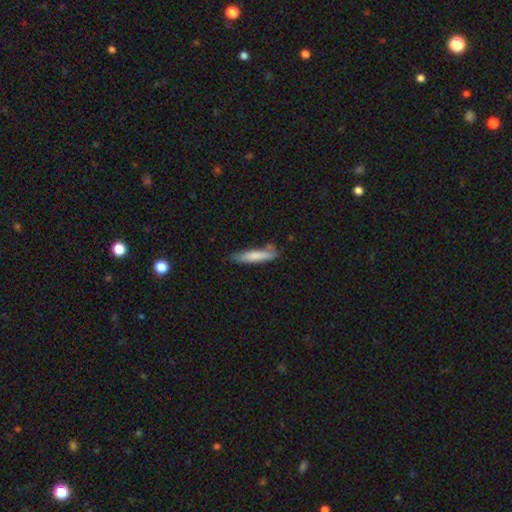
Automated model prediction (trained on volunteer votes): Smooth or featured?
  - smooth: 78% *
  - featured or disk: 16%
  - star or artifact: 6%
How rounded?
  - cigar-shaped: 86% *
  - in between: 13%
  - round: 1%
Merging?
  - none: 70% *
  - minor disturbance: 21%
  - merger: 5%
  - major disturbance: 4%